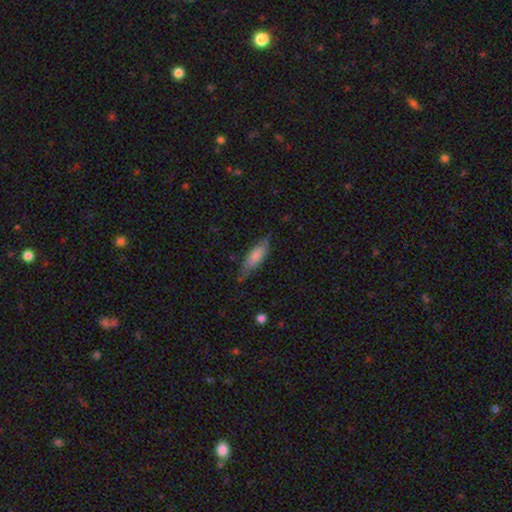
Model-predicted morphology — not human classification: Smooth or featured?
  - smooth: 76% *
  - featured or disk: 18%
  - star or artifact: 6%
How rounded?
  - in between: 51% *
  - cigar-shaped: 48%
  - round: 2%
Merging?
  - none: 71% *
  - minor disturbance: 22%
  - major disturbance: 5%
  - merger: 2%